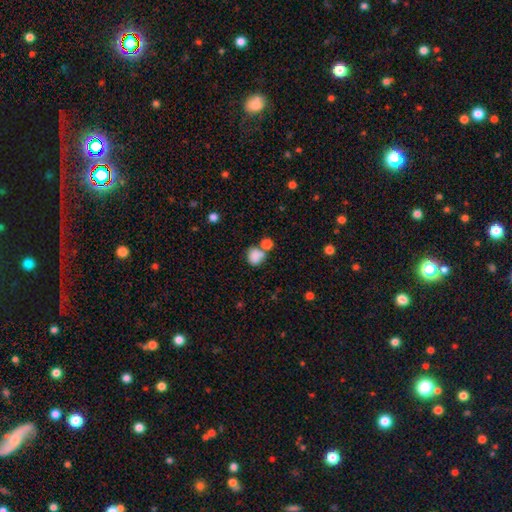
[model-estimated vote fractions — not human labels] smooth-or-featured: smooth: 82% | star or artifact: 10% | featured or disk: 8%
  how-rounded: round: 74% | in between: 25% | cigar-shaped: 1%
  merging: none: 46% | merger: 34% | minor disturbance: 14% | major disturbance: 6%